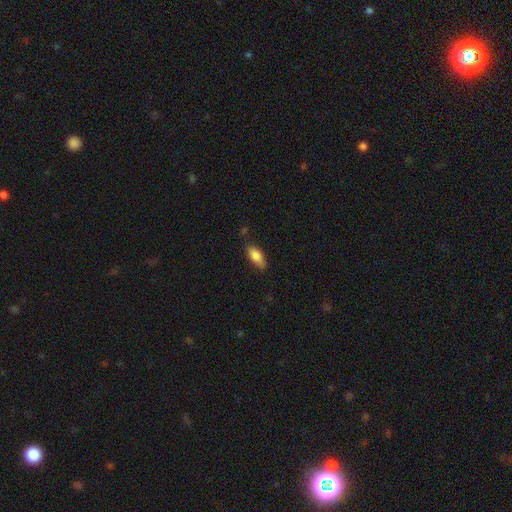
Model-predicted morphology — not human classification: This appears to be a smooth galaxy with no disk features (80%) that is in between round and cigar-shaped (81%). Merging: none (79%).